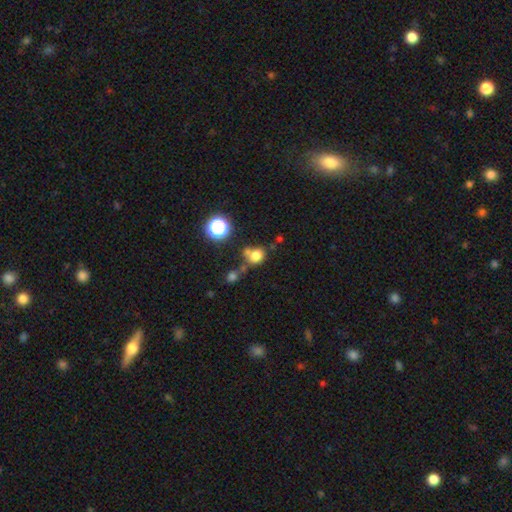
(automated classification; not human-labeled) Smooth or featured? Predicted: smooth (p=0.75). How rounded? Predicted: round (p=0.68). Merging? Predicted: none (p=0.54).